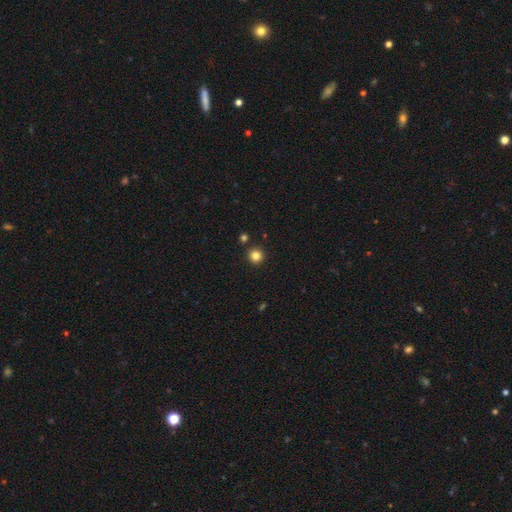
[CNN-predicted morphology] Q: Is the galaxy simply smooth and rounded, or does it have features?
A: smooth — 83%.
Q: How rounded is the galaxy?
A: round — 95%.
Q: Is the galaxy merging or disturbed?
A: none — 90%.